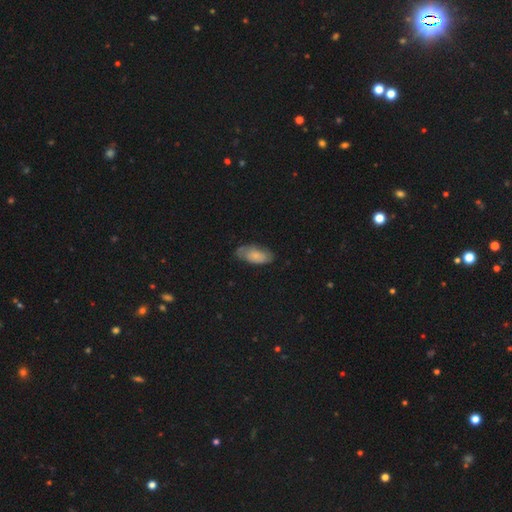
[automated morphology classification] Q: Smooth or featured?
A: smooth (62%); runner-up: featured or disk (30%)
Q: How rounded?
A: in between (90%); runner-up: cigar-shaped (7%)
Q: Merging?
A: none (62%); runner-up: minor disturbance (28%)